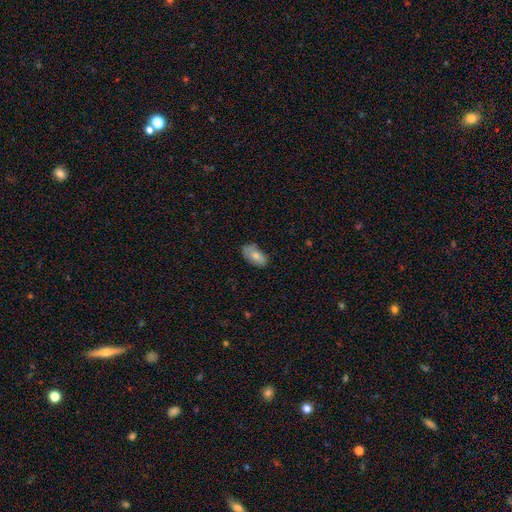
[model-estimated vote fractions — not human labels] This appears to be a smooth galaxy with no disk features (75%) that is in between round and cigar-shaped (93%). Merging: none (73%).